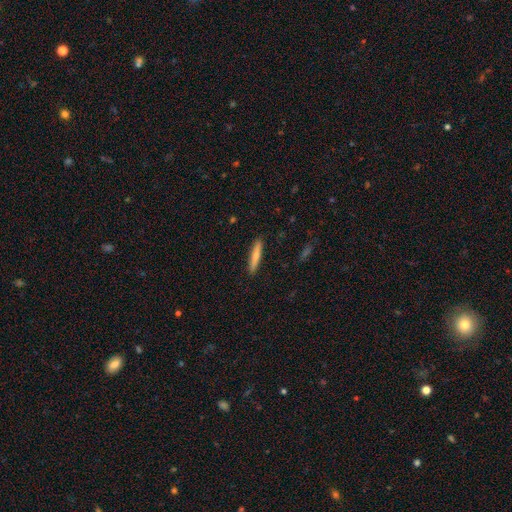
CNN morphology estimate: type=smooth (75%); roundness=cigar-shaped (92%); merging=none (91%).